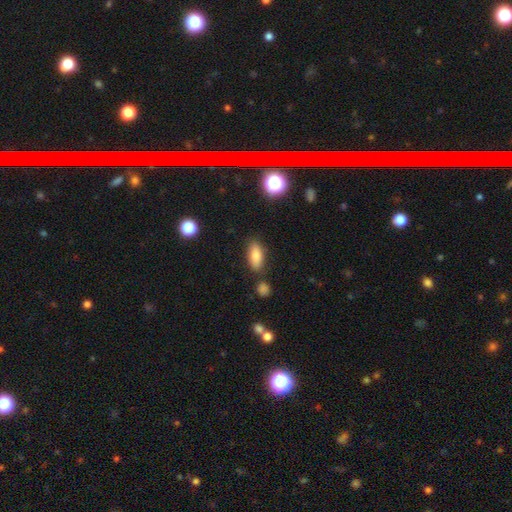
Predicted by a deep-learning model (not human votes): Smooth or featured?
  - smooth: 79% *
  - featured or disk: 12%
  - star or artifact: 9%
How rounded?
  - in between: 81% *
  - cigar-shaped: 15%
  - round: 4%
Merging?
  - none: 80% *
  - minor disturbance: 12%
  - merger: 5%
  - major disturbance: 3%